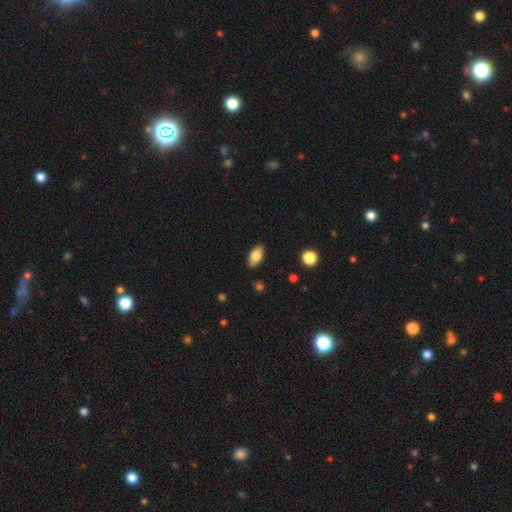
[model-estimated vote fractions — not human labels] Morphology: type=smooth (78%); roundness=in between (91%); merging=none (87%).